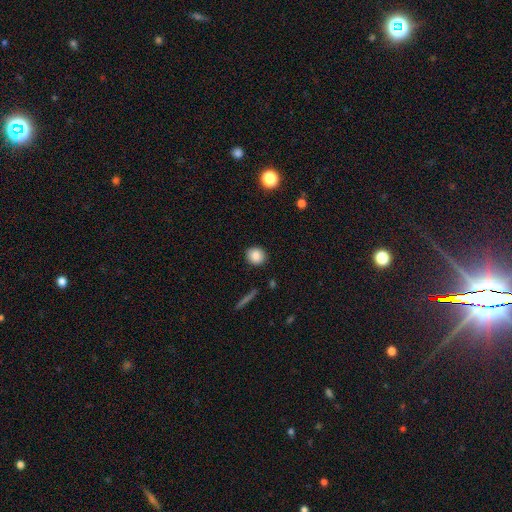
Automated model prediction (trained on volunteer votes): smooth_or_featured: smooth (p=0.85) [alt: star or artifact p=0.09]
how_rounded: round (p=0.85) [alt: in between p=0.14]
merging: none (p=0.90) [alt: minor disturbance p=0.07]